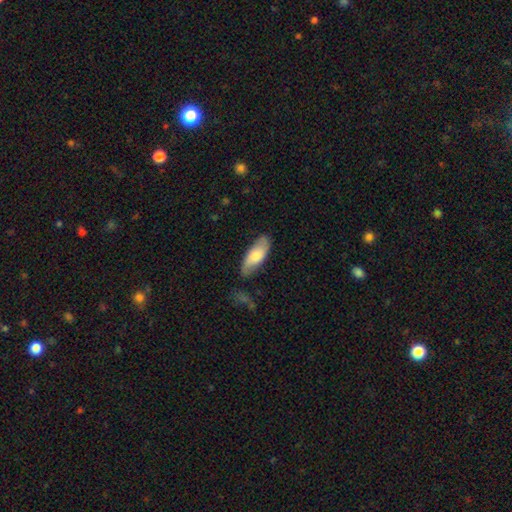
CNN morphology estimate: Overall: smooth (66%; featured or disk 29%). How rounded: in between (76%). Merging: none (76%).